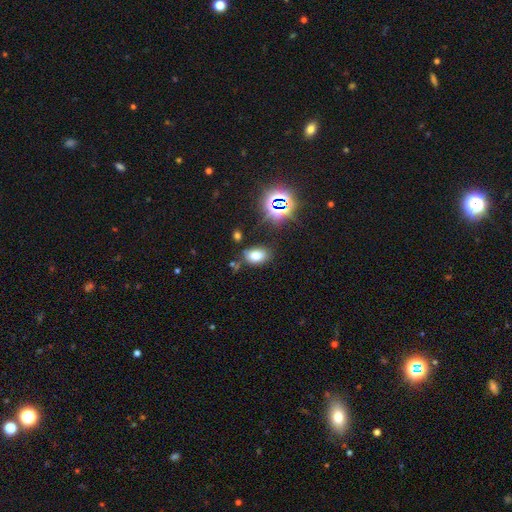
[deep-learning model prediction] smooth_or_featured: smooth (p=0.70) [alt: star or artifact p=0.20]
how_rounded: in between (p=0.83) [alt: round p=0.15]
merging: none (p=0.75) [alt: minor disturbance p=0.15]